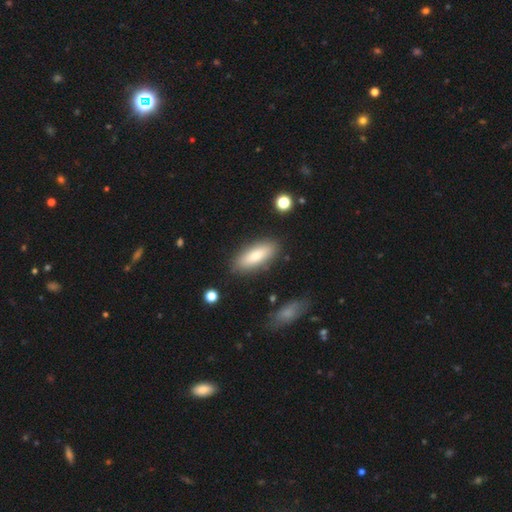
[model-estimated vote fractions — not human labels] Smooth or featured? smooth (78%)
How rounded? in between (70%)
Merging? none (84%)